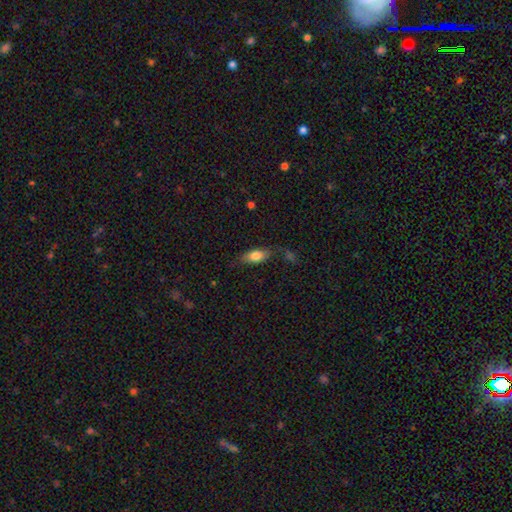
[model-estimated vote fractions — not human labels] The model was most divided on "merging": none: 69%, minor disturbance: 21%, major disturbance: 6%, merger: 4%. More confident: how rounded — in between (82%); smooth or featured — smooth (77%).